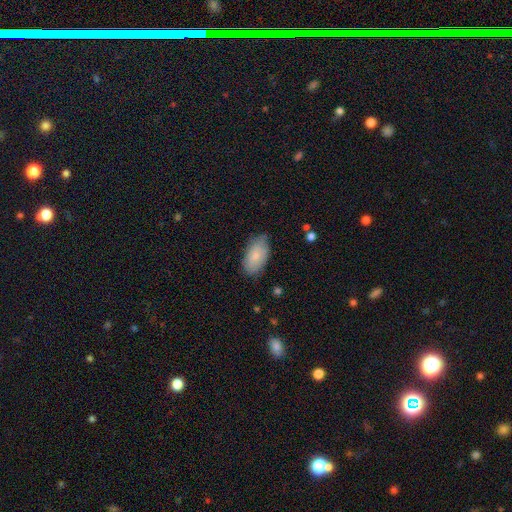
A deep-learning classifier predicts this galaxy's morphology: type=smooth (81%); roundness=in between (95%); merging=none (74%).